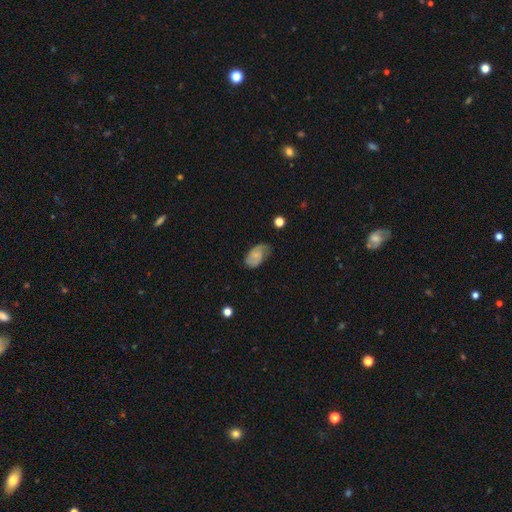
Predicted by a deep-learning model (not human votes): smooth-or-featured: smooth: 48% | featured or disk: 44% | star or artifact: 9%
  merging: none: 55% | minor disturbance: 31% | major disturbance: 11% | merger: 2%